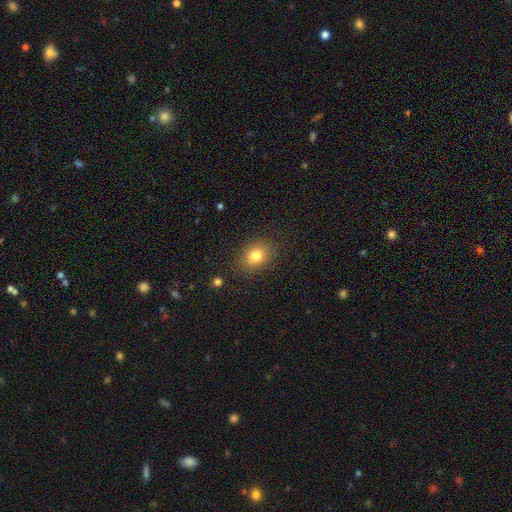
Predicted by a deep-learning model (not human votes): smooth 80%, star or artifact 11%, featured or disk 9%. Down the decision tree: how rounded — in between (54%); merging — none (84%).